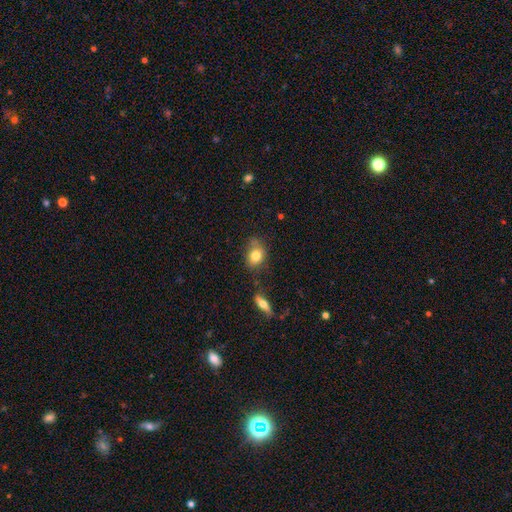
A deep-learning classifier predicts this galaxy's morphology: type=smooth (80%); roundness=in between (60%); merging=none (60%).